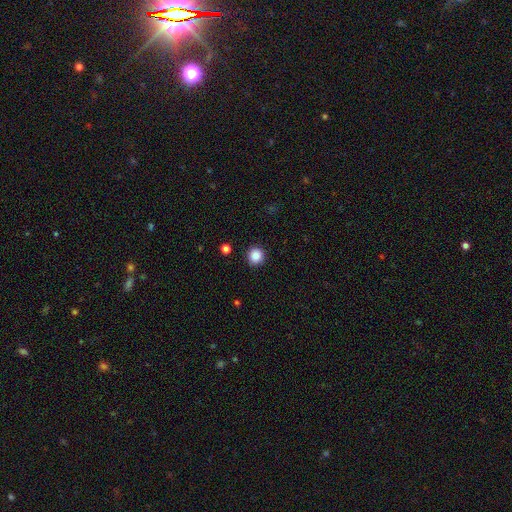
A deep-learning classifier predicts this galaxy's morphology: type=smooth (86%); roundness=round (93%); merging=none (92%).